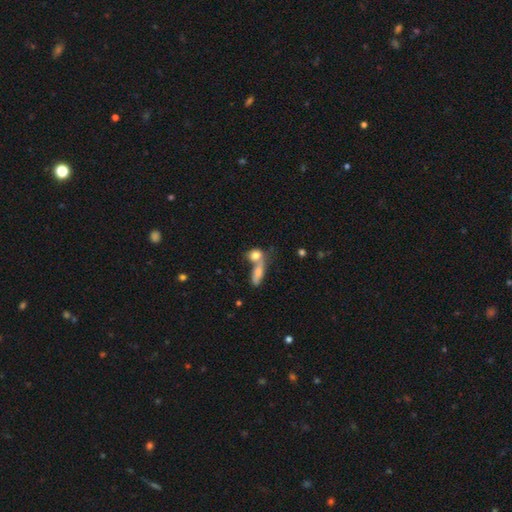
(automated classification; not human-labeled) Q: Smooth or featured?
A: smooth (76%); runner-up: featured or disk (15%)
Q: How rounded?
A: in between (53%); runner-up: round (37%)
Q: Merging?
A: merger (59%); runner-up: none (27%)